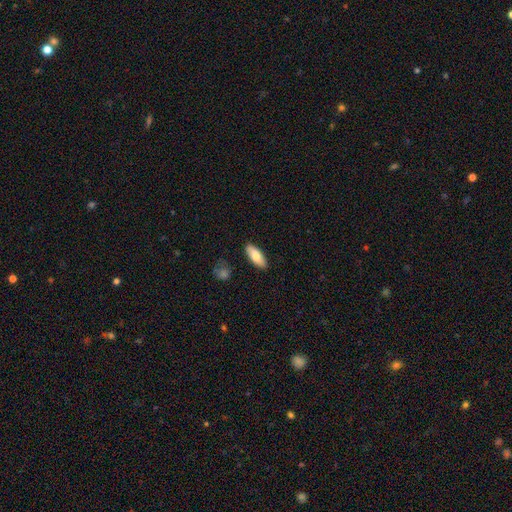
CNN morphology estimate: A smooth galaxy with no disk features (79%) that is in between round and cigar-shaped (76%). Merging: none (87%).